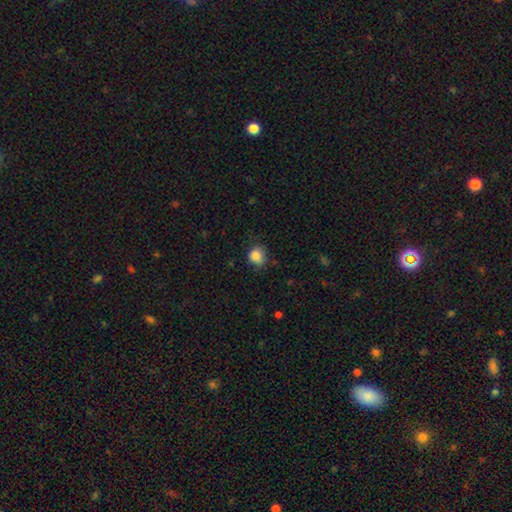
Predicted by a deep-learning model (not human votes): A smooth galaxy with no disk features (85%) that is round (71%).

Vote fractions:
- Smooth or featured? smooth: 85% / star or artifact: 10% / featured or disk: 4%
- How rounded? round: 71% / in between: 28% / cigar-shaped: 1%
- Merging? none: 67% / minor disturbance: 26% / major disturbance: 6% / merger: 2%